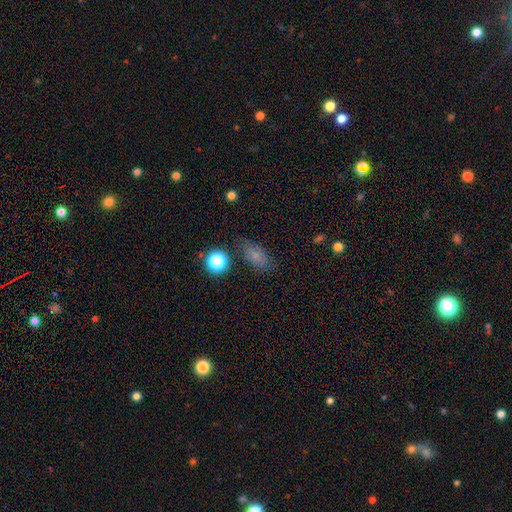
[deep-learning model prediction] Smooth or featured: smooth — 75% (star or artifact — 13%)
How rounded: in between — 82% (round — 11%)
Merging: none — 72% (minor disturbance — 19%)